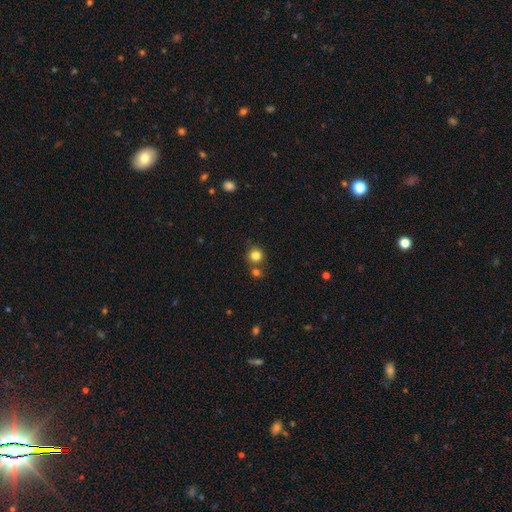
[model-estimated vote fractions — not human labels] A smooth galaxy with no disk features (82%) that is round (90%). Merging: none (71%).